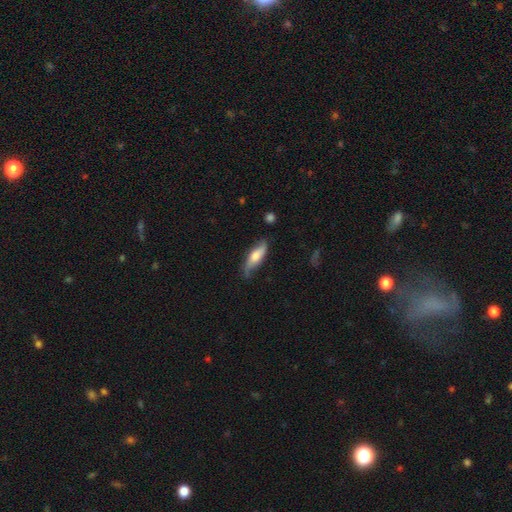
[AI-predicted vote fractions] Overall: smooth (53%; featured or disk 41%). How rounded: in between (53%; cigar-shaped 45%). Merging: none (60%; minor disturbance 30%).